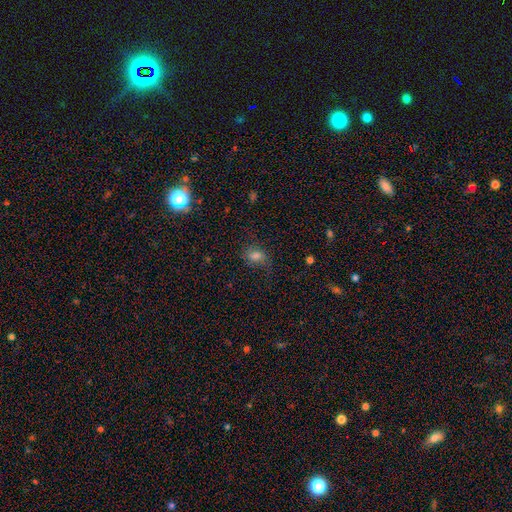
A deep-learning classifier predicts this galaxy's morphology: type=smooth (65%); roundness=in between (63%); merging=none (64%).